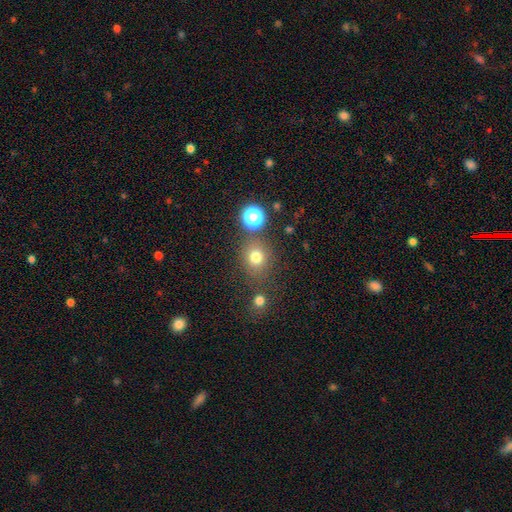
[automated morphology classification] Smooth or featured?
  - smooth: 64% *
  - star or artifact: 28%
  - featured or disk: 8%
How rounded?
  - round: 84% *
  - in between: 15%
  - cigar-shaped: 1%
Merging?
  - none: 77% *
  - merger: 11%
  - minor disturbance: 9%
  - major disturbance: 4%